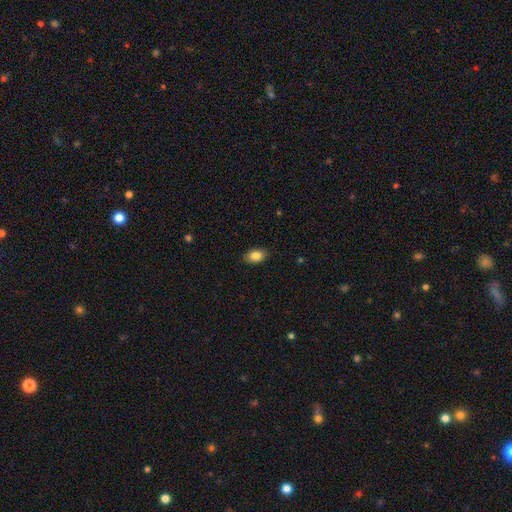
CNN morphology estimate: This is clearly a smooth galaxy (83%). How rounded: clearly in between (89%). Merging: clearly none (87%).